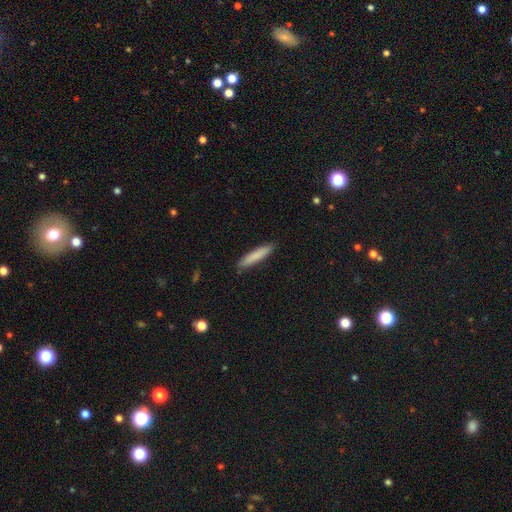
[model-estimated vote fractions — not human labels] Smooth or featured? smooth (83%)
How rounded? cigar-shaped (90%)
Merging? none (89%)